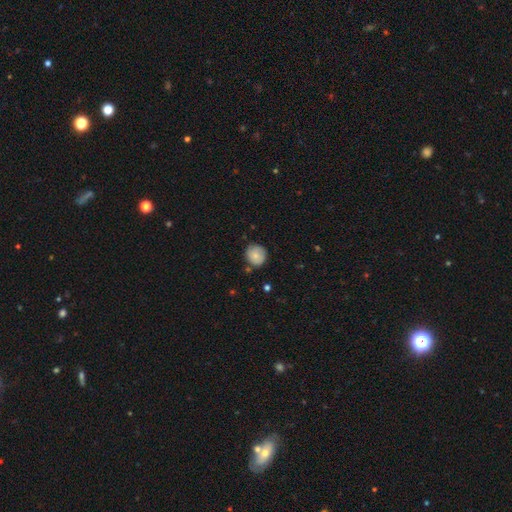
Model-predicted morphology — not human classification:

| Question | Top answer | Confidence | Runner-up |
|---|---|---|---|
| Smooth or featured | smooth | 75% | featured or disk (17%) |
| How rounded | round | 87% | in between (12%) |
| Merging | none | 76% | minor disturbance (18%) |